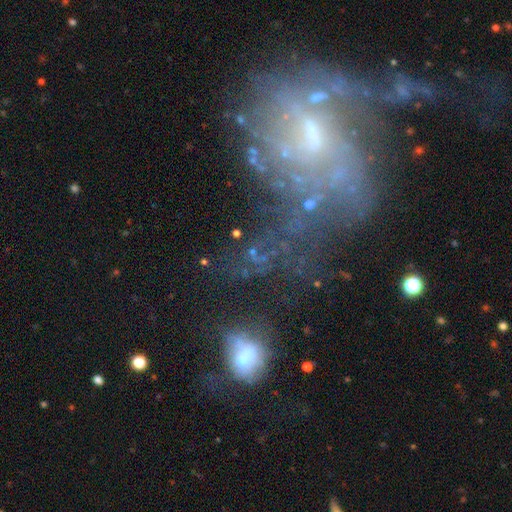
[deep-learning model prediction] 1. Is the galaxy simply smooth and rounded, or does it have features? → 52% featured or disk, 25% star or artifact, 23% smooth.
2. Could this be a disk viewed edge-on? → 92% no, 8% yes.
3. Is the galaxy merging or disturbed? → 43% none, 25% major disturbance, 18% minor disturbance, 13% merger.